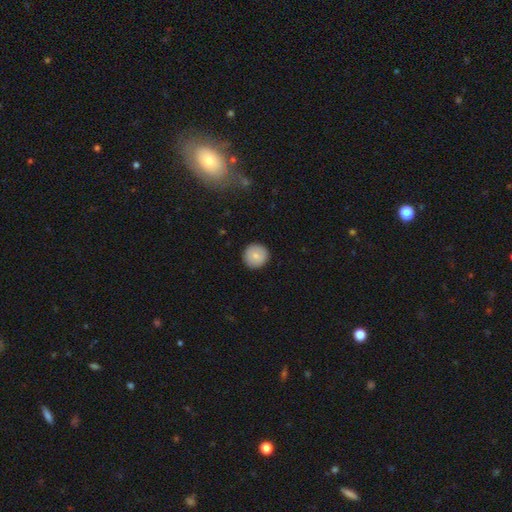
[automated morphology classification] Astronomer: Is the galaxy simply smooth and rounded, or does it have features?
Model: smooth — 81%.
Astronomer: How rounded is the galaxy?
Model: round — 95%.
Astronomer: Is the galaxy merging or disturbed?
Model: none — 91%.